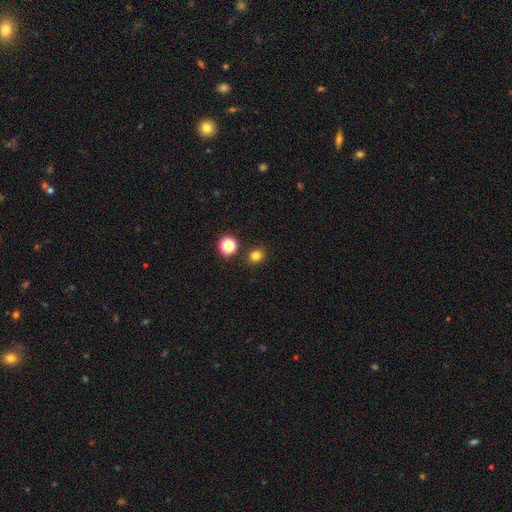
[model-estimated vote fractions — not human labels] This appears to be a smooth galaxy with no disk features (79%) that is round (78%). Merging: none (87%).